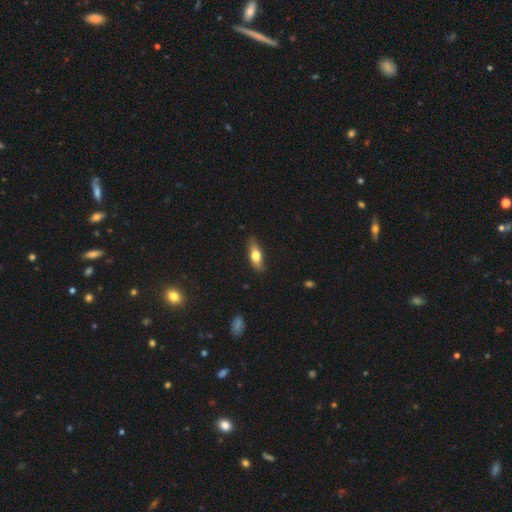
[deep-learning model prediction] A smooth galaxy with no disk features (63%) that is in between round and cigar-shaped (61%). Merging: none (82%).